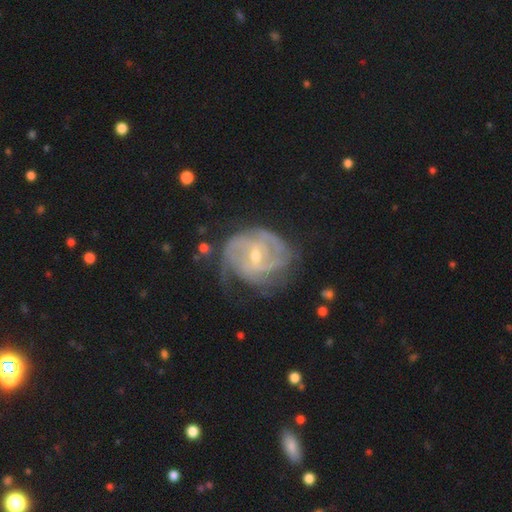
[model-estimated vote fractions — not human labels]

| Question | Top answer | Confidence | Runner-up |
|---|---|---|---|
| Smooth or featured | featured or disk | 87% | smooth (8%) |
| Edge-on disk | no | 98% | yes (2%) |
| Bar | weak | 52% | no (34%) |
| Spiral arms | yes | 94% | no (6%) |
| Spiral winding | tight | 58% | medium (33%) |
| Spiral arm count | can't tell | 33% | 2 (27%) |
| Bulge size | small | 55% | moderate (42%) |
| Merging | none | 55% | minor disturbance (26%) |